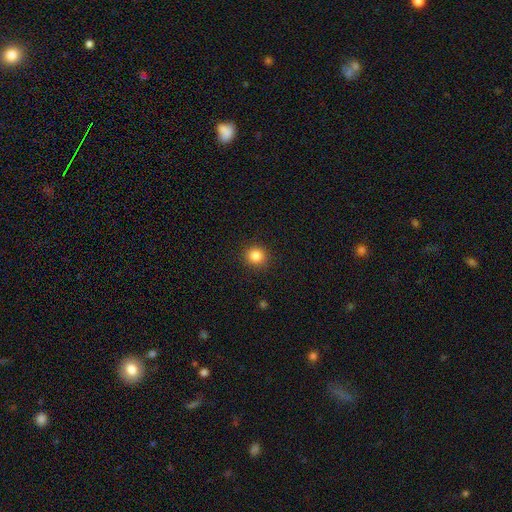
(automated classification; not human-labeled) A smooth galaxy with no disk features (85%) that is round (92%).

Vote fractions:
- Smooth or featured? smooth: 85% / star or artifact: 11% / featured or disk: 4%
- How rounded? round: 92% / in between: 8% / cigar-shaped: 1%
- Merging? none: 91% / minor disturbance: 6% / major disturbance: 2% / merger: 1%